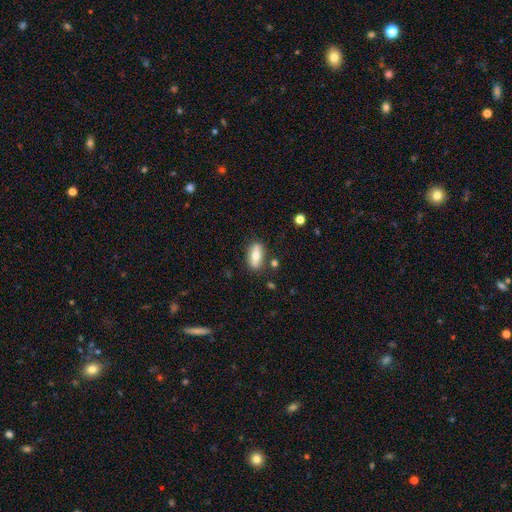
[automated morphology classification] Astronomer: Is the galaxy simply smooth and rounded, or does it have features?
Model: smooth — 67%.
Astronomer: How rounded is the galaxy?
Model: in between — 74%.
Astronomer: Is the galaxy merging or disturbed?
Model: none — 83%.